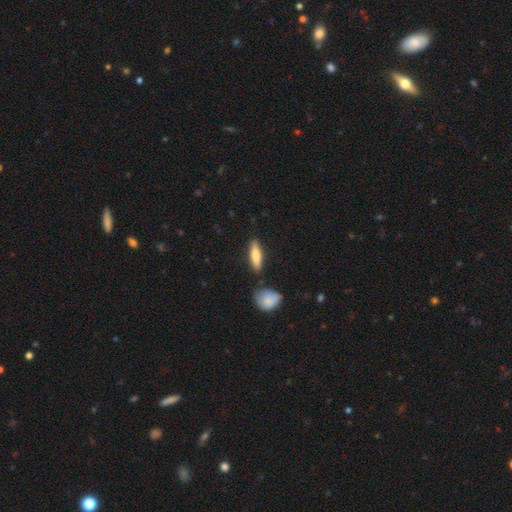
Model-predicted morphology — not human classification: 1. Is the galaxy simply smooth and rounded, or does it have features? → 75% smooth, 20% featured or disk, 6% star or artifact.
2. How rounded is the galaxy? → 60% cigar-shaped, 38% in between, 2% round.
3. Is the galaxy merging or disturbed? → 80% none, 12% minor disturbance, 5% merger, 3% major disturbance.